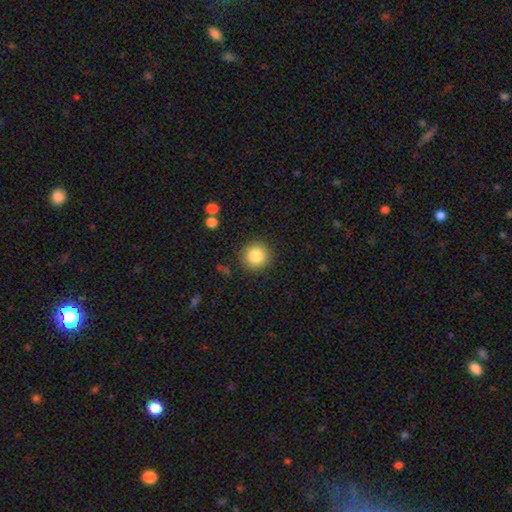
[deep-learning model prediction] A smooth galaxy with no disk features (84%) that is round (94%).

Vote fractions:
- Smooth or featured? smooth: 84% / star or artifact: 9% / featured or disk: 7%
- How rounded? round: 94% / in between: 5% / cigar-shaped: 1%
- Merging? none: 89% / minor disturbance: 7% / major disturbance: 2% / merger: 1%